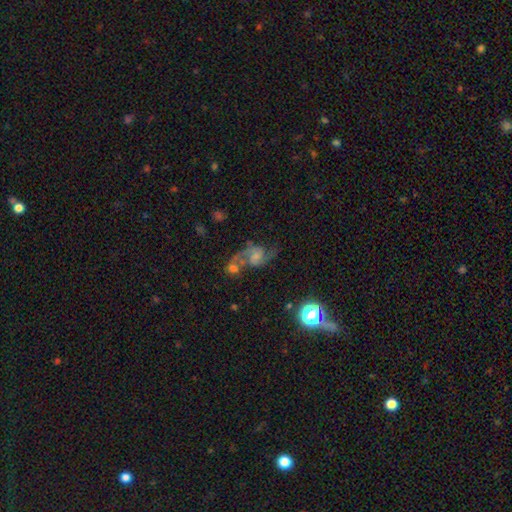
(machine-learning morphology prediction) Overall: featured or disk (77%). Edge-on disk: no (97%). Bar: no (56%; weak 36%). Spiral arms: yes (93%). Spiral arm count: 2 (91%). Spiral winding: loose (54%; medium 37%). Bulge size: none (34%; small 31%). Merging: none (39%; merger 27%).